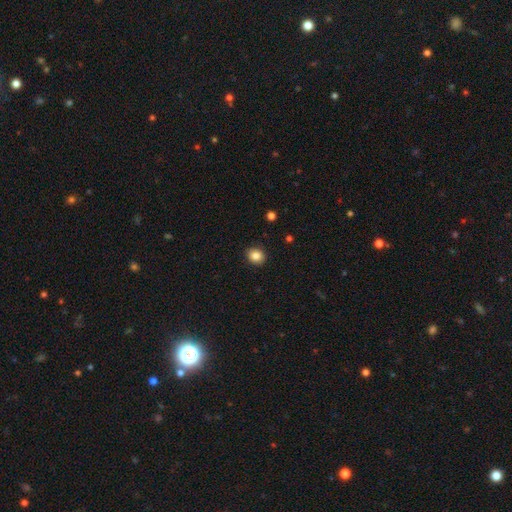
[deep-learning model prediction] A smooth galaxy with no disk features (85%) that is round (76%).

Vote fractions:
- Smooth or featured? smooth: 85% / star or artifact: 10% / featured or disk: 5%
- How rounded? round: 76% / in between: 23% / cigar-shaped: 1%
- Merging? none: 91% / minor disturbance: 7% / major disturbance: 2% / merger: 1%